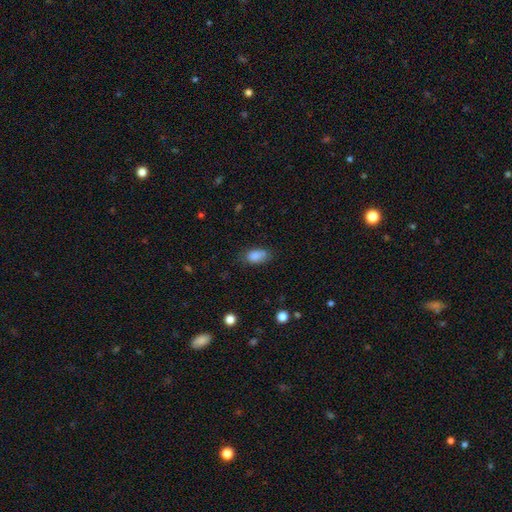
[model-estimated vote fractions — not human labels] Smooth or featured? Predicted: smooth (p=0.85). How rounded? Predicted: in between (p=0.90). Merging? Predicted: none (p=0.67).